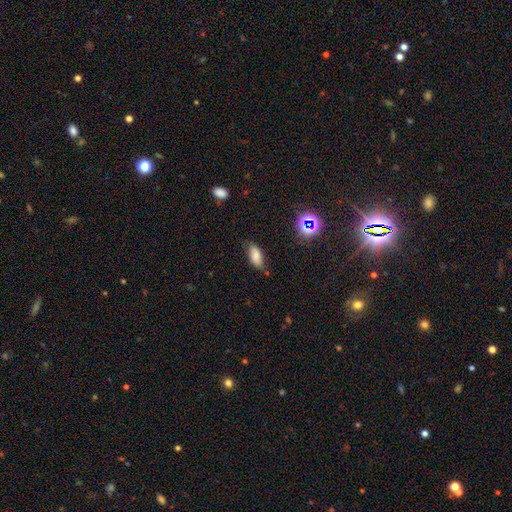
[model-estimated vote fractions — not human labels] smooth-or-featured: smooth: 75% | featured or disk: 13% | star or artifact: 12%
  how-rounded: in between: 90% | cigar-shaped: 6% | round: 4%
  merging: none: 70% | minor disturbance: 24% | major disturbance: 4% | merger: 3%